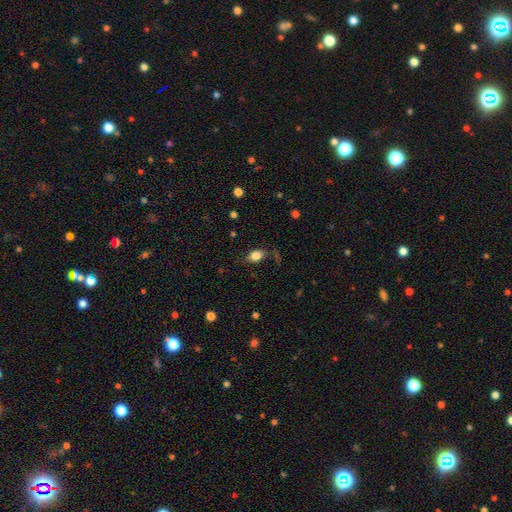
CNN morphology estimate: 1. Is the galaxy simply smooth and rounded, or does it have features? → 80% smooth, 11% featured or disk, 9% star or artifact.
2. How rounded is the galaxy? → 81% in between, 17% round, 3% cigar-shaped.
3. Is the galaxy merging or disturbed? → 73% none, 18% minor disturbance, 7% major disturbance, 2% merger.